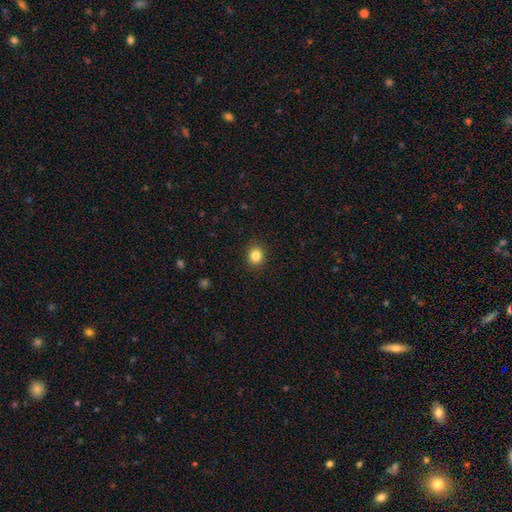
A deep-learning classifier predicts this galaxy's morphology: Smooth or featured?
  - smooth: 84% *
  - star or artifact: 11%
  - featured or disk: 5%
How rounded?
  - round: 78% *
  - in between: 21%
  - cigar-shaped: 1%
Merging?
  - none: 90% *
  - minor disturbance: 7%
  - major disturbance: 2%
  - merger: 1%